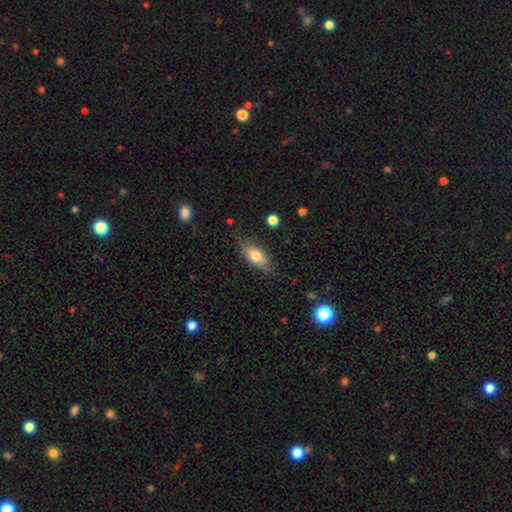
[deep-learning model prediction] A smooth galaxy with no disk features (74%) that is in between round and cigar-shaped (76%).

Vote fractions:
- Smooth or featured? smooth: 74% / featured or disk: 20% / star or artifact: 7%
- How rounded? in between: 76% / cigar-shaped: 21% / round: 3%
- Merging? none: 77% / minor disturbance: 18% / major disturbance: 4% / merger: 2%